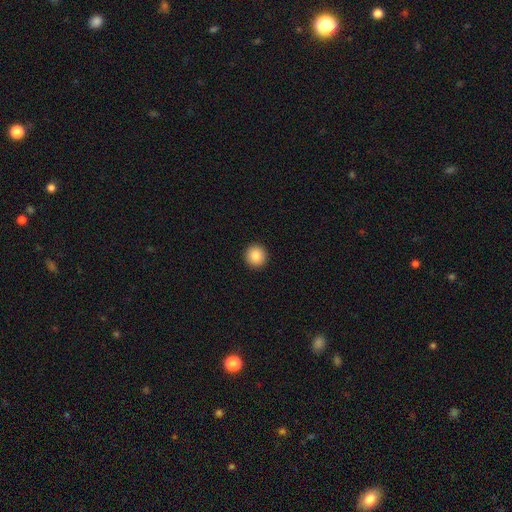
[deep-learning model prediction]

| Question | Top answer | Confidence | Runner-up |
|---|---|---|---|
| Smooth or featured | smooth | 87% | star or artifact (9%) |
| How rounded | round | 94% | in between (5%) |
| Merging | none | 93% | minor disturbance (4%) |